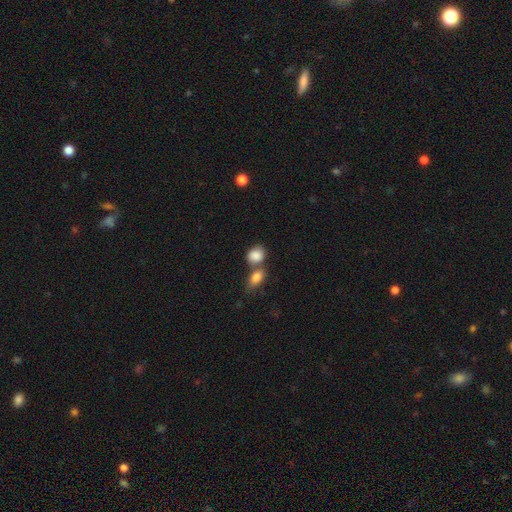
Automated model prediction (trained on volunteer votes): A smooth galaxy with no disk features (86%) that is in between round and cigar-shaped (52%). Merging: merger (47%).